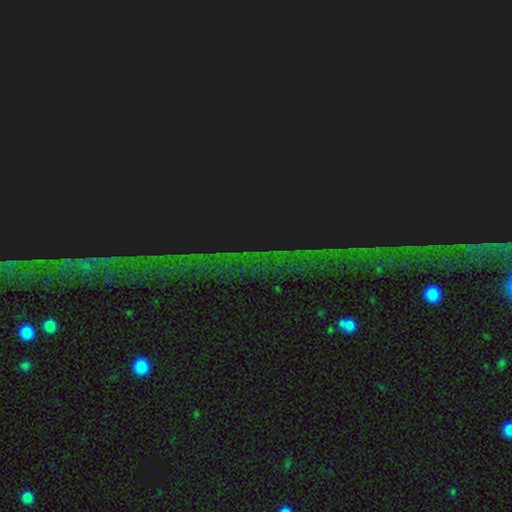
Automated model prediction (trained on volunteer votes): A star or artifact, not a galaxy (86%).